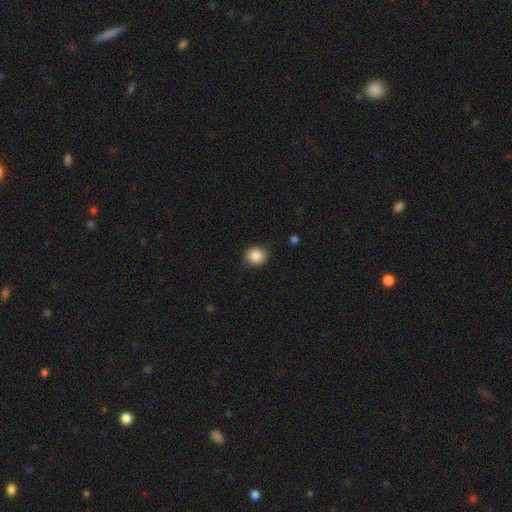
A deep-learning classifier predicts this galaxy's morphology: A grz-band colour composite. It shows a smooth galaxy with no disk features (85%) that is round (79%). Merging: none (81%).